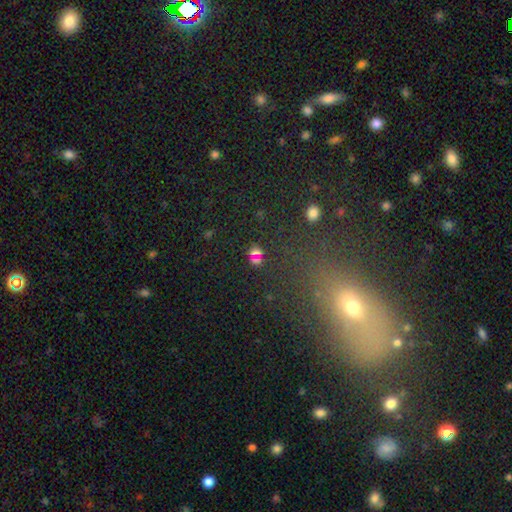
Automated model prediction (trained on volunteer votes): This is possibly a smooth galaxy (54%). How rounded: likely round (70%). Merging: possibly none (54%).